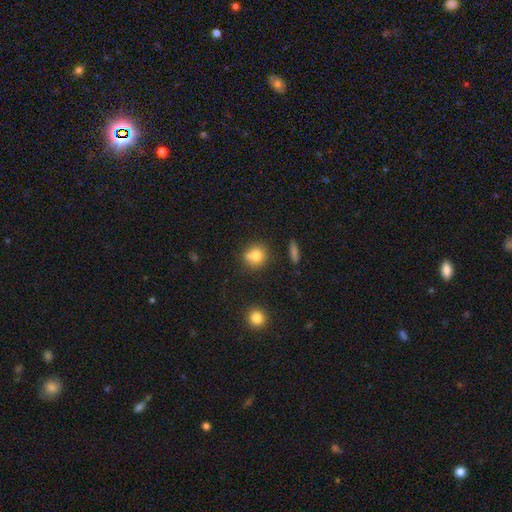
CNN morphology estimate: Smooth or featured? Predicted: smooth (p=0.75). How rounded? Predicted: round (p=0.86). Merging? Predicted: none (p=0.61).